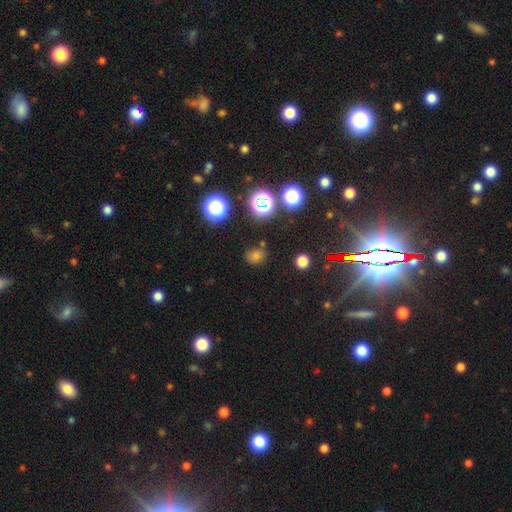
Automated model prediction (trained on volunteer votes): Overall: smooth (62%; star or artifact 31%). How rounded: round (69%; in between 30%). Merging: none (76%).